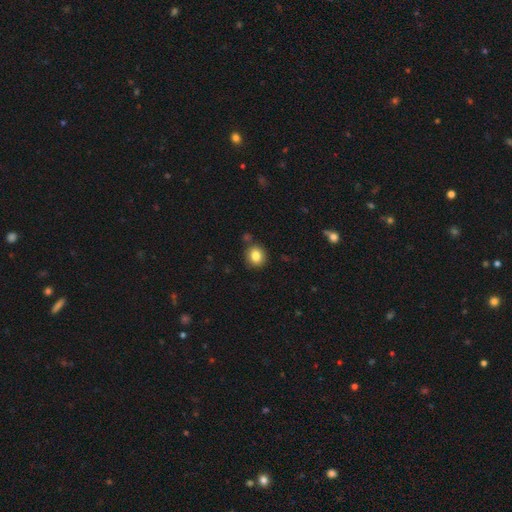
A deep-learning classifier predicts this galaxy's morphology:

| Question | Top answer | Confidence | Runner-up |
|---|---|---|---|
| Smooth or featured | smooth | 84% | star or artifact (10%) |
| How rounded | round | 81% | in between (18%) |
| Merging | none | 83% | minor disturbance (10%) |